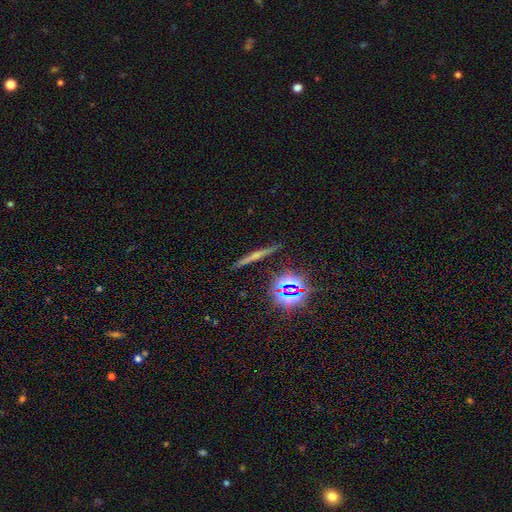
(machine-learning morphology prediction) Smooth or featured? featured or disk (45%)
Merging? none (89%)